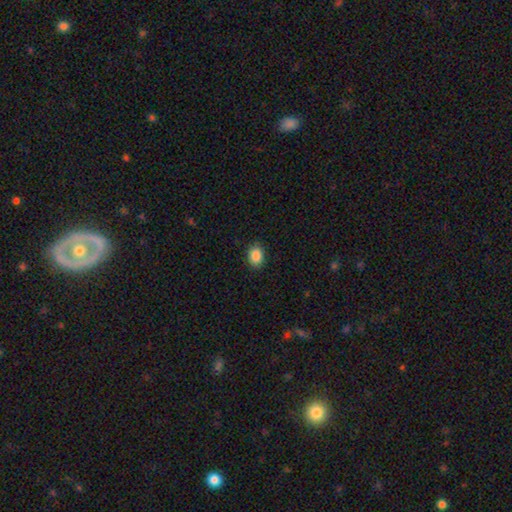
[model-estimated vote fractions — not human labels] A smooth galaxy with no disk features (88%) that is in between round and cigar-shaped (70%).

Vote fractions:
- Smooth or featured? smooth: 88% / star or artifact: 8% / featured or disk: 3%
- How rounded? in between: 70% / round: 29% / cigar-shaped: 1%
- Merging? none: 87% / minor disturbance: 9% / major disturbance: 2% / merger: 1%